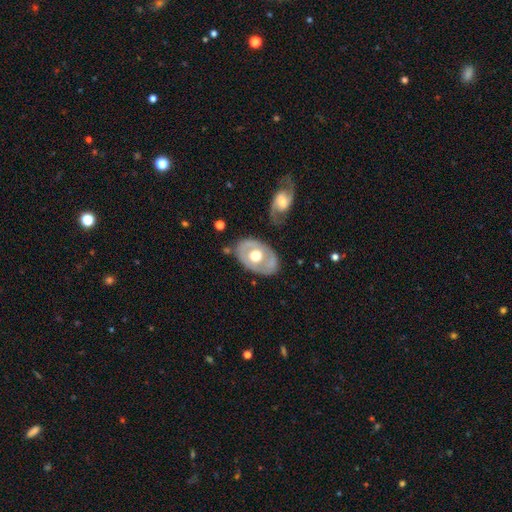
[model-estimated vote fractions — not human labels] The model was most divided on "smooth or featured": featured or disk: 57%, smooth: 39%, star or artifact: 5%. More confident: edge-on disk — no (92%); bar — no (87%); spiral arms — no (81%); merging — none (70%); bulge size — moderate (64%).